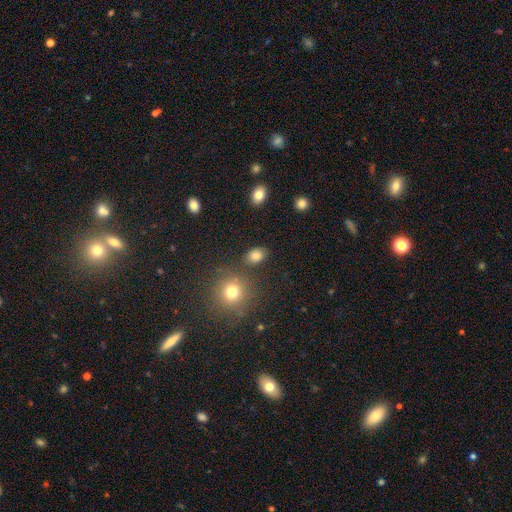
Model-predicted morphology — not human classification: type=smooth (82%); roundness=in between (73%); merging=none (81%).